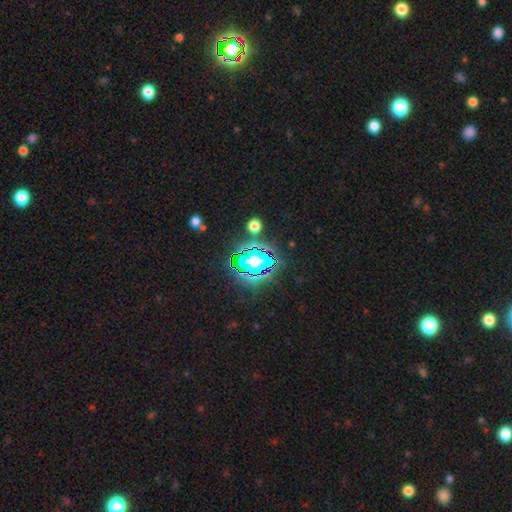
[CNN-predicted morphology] smooth_or_featured: star or artifact (p=0.79) [alt: smooth p=0.13]